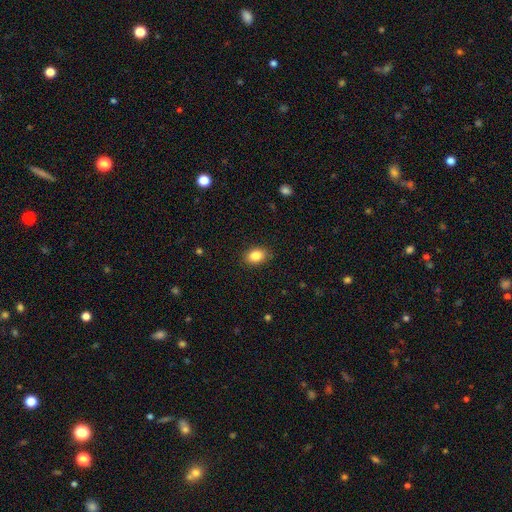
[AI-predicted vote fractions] A smooth galaxy with no disk features (85%) that is in between round and cigar-shaped (76%).

Vote fractions:
- Smooth or featured? smooth: 85% / star or artifact: 9% / featured or disk: 6%
- How rounded? in between: 76% / round: 23% / cigar-shaped: 1%
- Merging? none: 86% / minor disturbance: 10% / major disturbance: 2% / merger: 1%